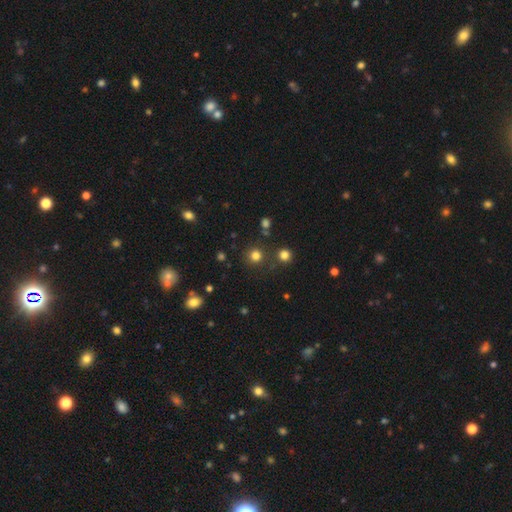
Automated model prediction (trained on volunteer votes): Smooth or featured: smooth — 78% (star or artifact — 17%)
How rounded: round — 94% (in between — 6%)
Merging: none — 84% (minor disturbance — 7%)